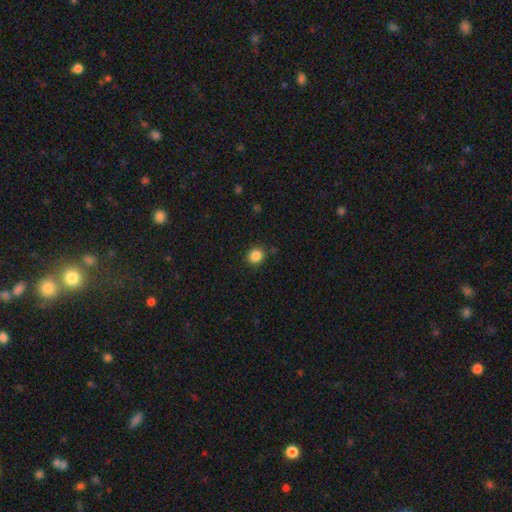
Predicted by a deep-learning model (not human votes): Overall: smooth (86%). How rounded: round (84%). Merging: none (89%).